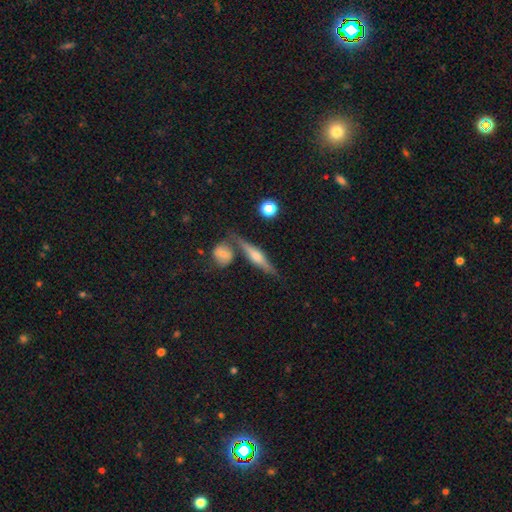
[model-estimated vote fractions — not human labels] A featured or disk galaxy (69%) viewed edge-on (95%) with a rounded central bulge (79%). Merging: none (75%).